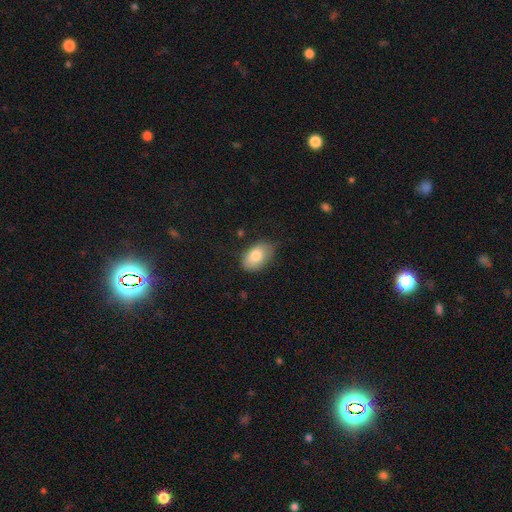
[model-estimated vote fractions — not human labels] This appears to be a smooth galaxy with no disk features (80%) that is in between round and cigar-shaped (90%). Merging: none (71%).